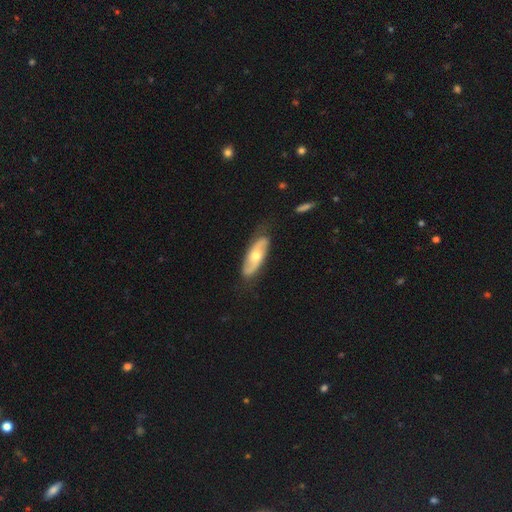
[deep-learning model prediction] Smooth or featured: featured or disk — 66% (smooth — 30%)
Edge-on disk: no — 82% (yes — 18%)
Bar: no — 67% (weak — 25%)
Spiral arms: yes — 84% (no — 16%)
Bulge size: moderate — 71% (small — 21%)
Merging: none — 75% (minor disturbance — 19%)